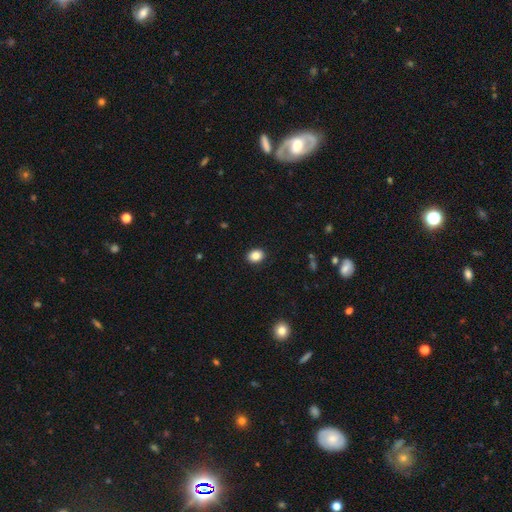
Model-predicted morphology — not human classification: This is clearly a smooth galaxy (87%). How rounded: possibly in between (57%). Merging: clearly none (91%).